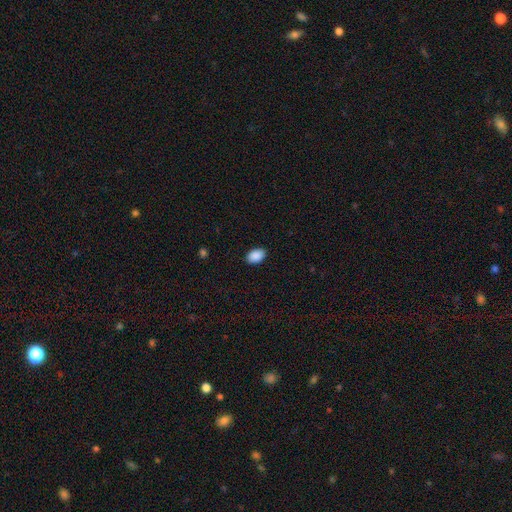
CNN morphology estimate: The model was most divided on "how rounded": in between: 88%, round: 11%, cigar-shaped: 1%. More confident: smooth or featured — smooth (90%); merging — none (89%).